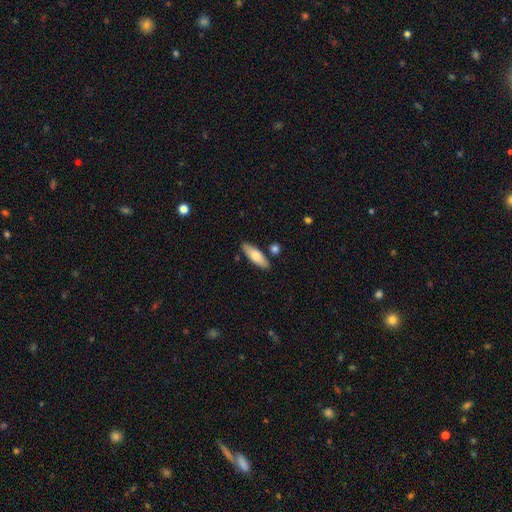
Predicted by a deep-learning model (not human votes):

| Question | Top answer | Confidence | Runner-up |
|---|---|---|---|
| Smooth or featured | smooth | 74% | featured or disk (20%) |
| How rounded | in between | 57% | cigar-shaped (40%) |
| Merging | none | 82% | minor disturbance (11%) |